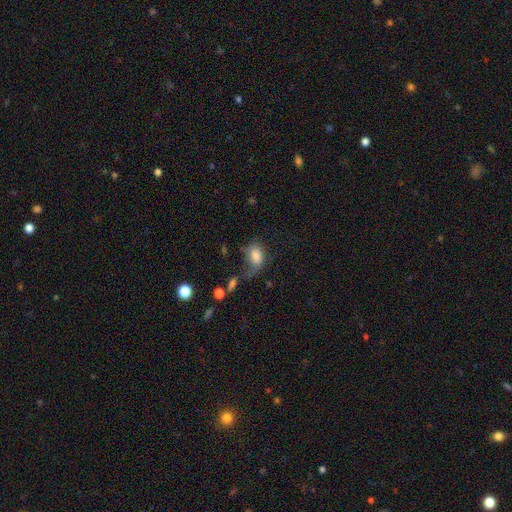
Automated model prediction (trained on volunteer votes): The model was most divided on "merging": major disturbance: 40%, none: 27%, minor disturbance: 23%, merger: 9%. More confident: how rounded — in between (81%); smooth or featured — smooth (71%).